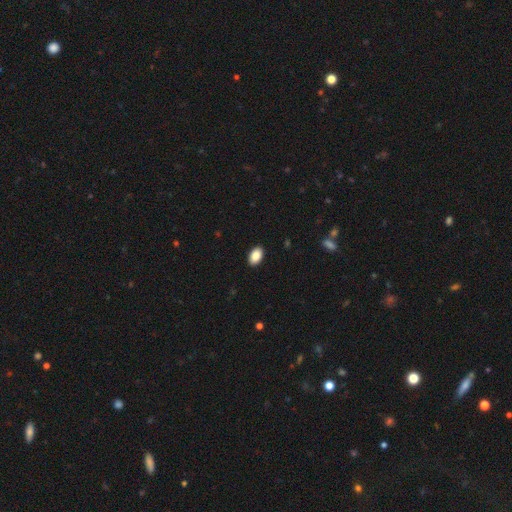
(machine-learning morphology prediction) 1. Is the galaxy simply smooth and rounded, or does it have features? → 90% smooth, 7% star or artifact, 3% featured or disk.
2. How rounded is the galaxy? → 92% in between, 7% round, 1% cigar-shaped.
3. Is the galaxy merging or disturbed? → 90% none, 7% minor disturbance, 2% major disturbance, 1% merger.